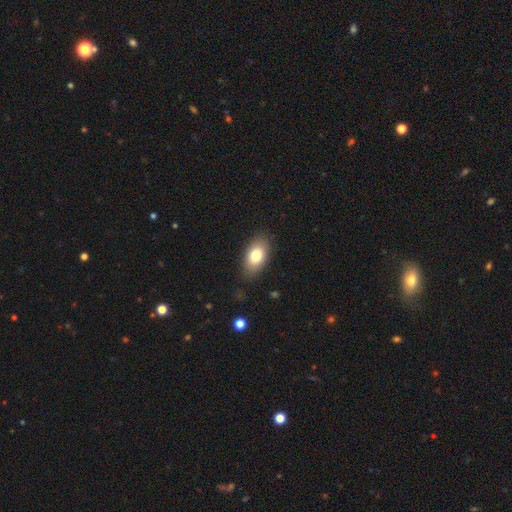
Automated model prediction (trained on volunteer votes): Smooth or featured: smooth — 78% (featured or disk — 14%)
How rounded: in between — 91% (round — 6%)
Merging: none — 85% (minor disturbance — 11%)